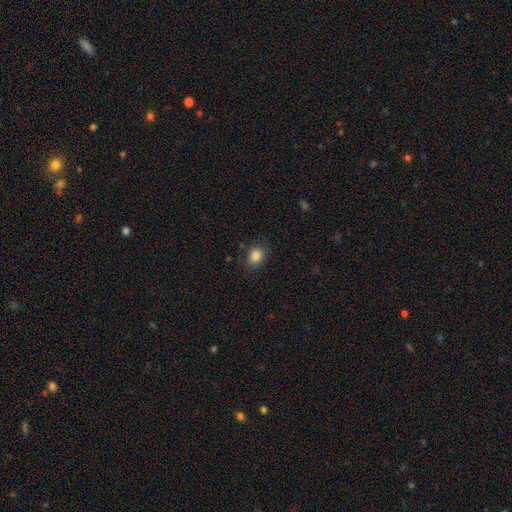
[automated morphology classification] smooth-or-featured: smooth: 85% | star or artifact: 10% | featured or disk: 5%
  how-rounded: round: 50% | in between: 49% | cigar-shaped: 1%
  merging: none: 85% | minor disturbance: 11% | major disturbance: 3% | merger: 1%